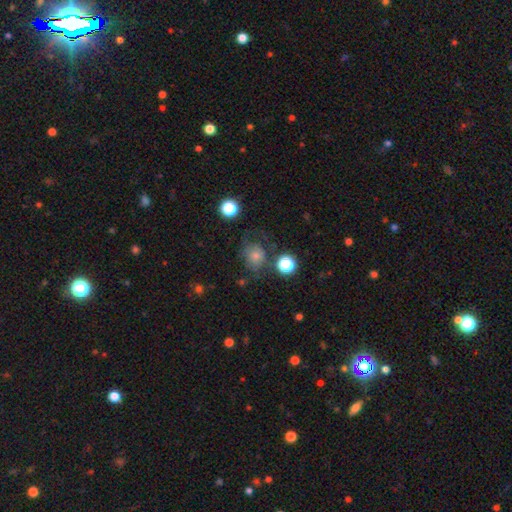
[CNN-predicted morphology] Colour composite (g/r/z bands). It shows a smooth galaxy with no disk features (58%) that is round (76%). Merging: none (59%).